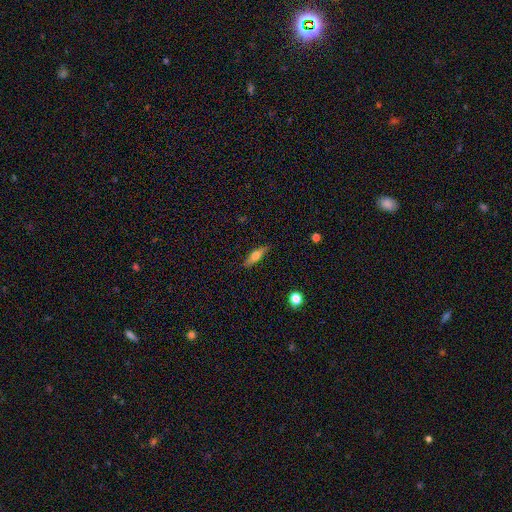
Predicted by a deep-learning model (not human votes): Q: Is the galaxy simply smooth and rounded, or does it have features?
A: smooth — 49%.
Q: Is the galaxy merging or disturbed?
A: none — 84%.